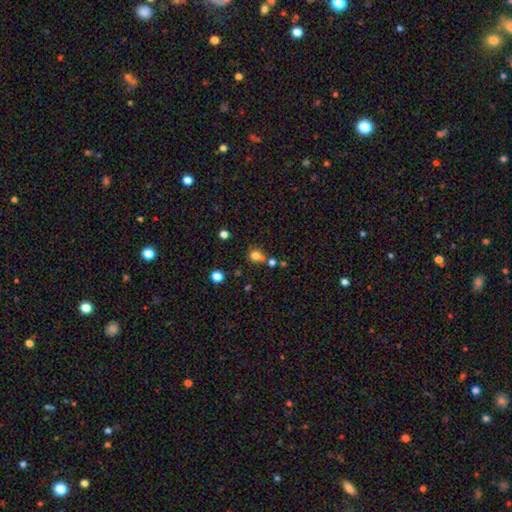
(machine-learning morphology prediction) Q: Smooth or featured?
A: smooth (78%); runner-up: star or artifact (14%)
Q: How rounded?
A: round (82%); runner-up: in between (17%)
Q: Merging?
A: none (55%); runner-up: merger (26%)